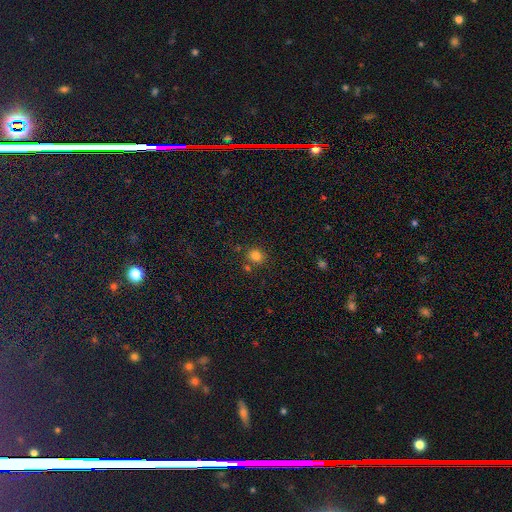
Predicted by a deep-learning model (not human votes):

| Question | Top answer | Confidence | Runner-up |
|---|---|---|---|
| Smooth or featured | smooth | 81% | star or artifact (14%) |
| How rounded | round | 81% | in between (18%) |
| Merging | none | 79% | minor disturbance (9%) |